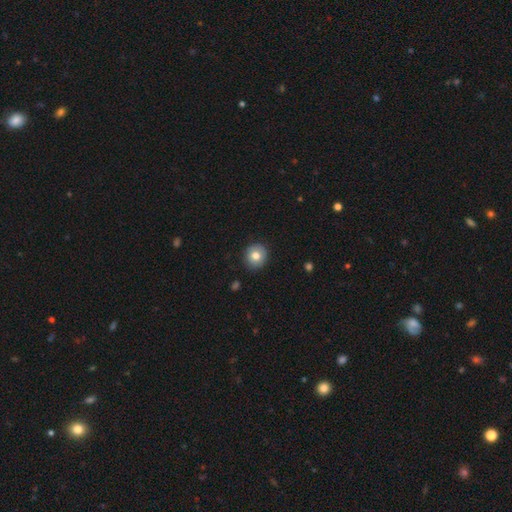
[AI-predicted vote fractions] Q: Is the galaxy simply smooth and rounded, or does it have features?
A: smooth — 78%.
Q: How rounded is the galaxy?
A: round — 90%.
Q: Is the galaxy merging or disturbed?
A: none — 90%.